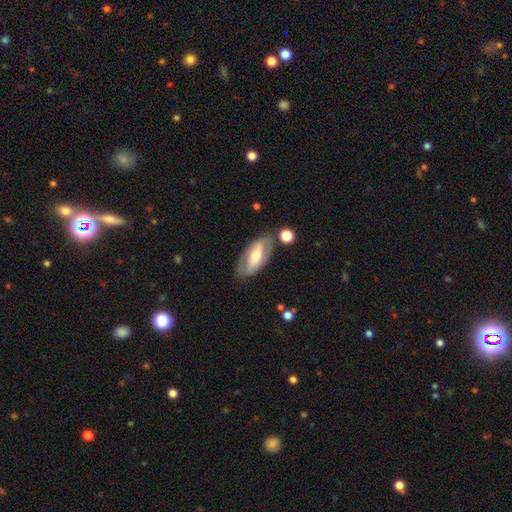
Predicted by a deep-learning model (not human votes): Smooth or featured? Predicted: featured or disk (p=0.52). Edge-on disk? Predicted: no (p=0.81). Merging? Predicted: none (p=0.73).